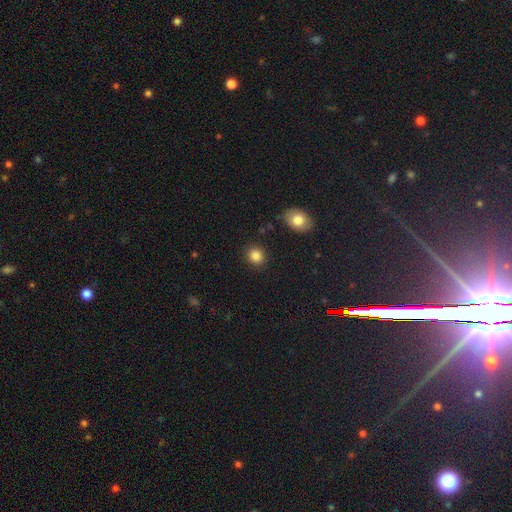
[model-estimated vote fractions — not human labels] This is clearly a smooth galaxy (86%). How rounded: clearly round (82%). Merging: clearly none (89%).